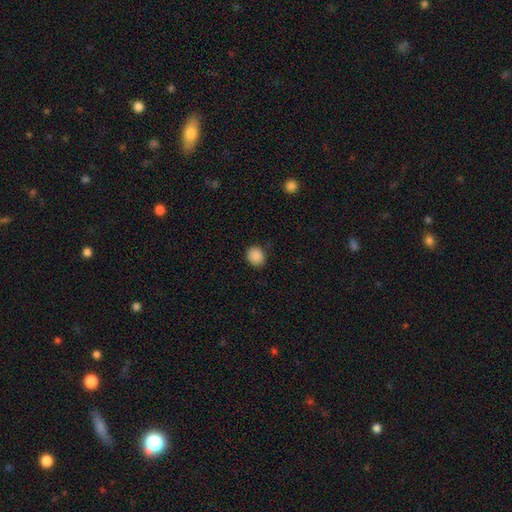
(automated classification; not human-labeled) Morphology: type=smooth (88%); roundness=round (78%); merging=none (85%).